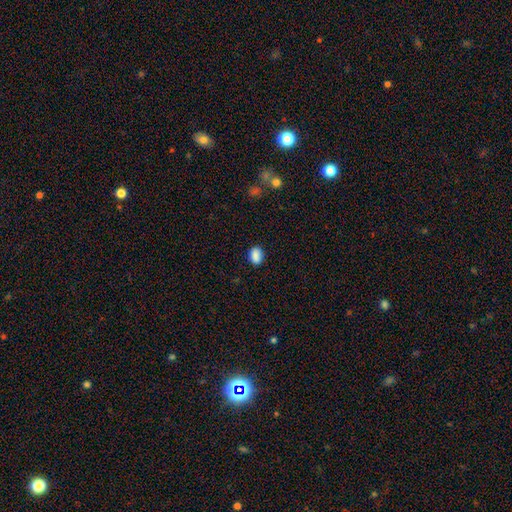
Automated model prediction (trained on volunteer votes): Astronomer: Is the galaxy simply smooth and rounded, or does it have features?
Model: smooth — 88%.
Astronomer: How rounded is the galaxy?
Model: in between — 72%.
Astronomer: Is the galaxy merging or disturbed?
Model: none — 87%.